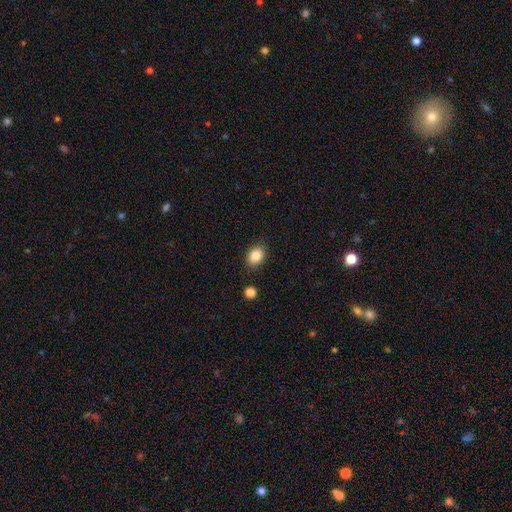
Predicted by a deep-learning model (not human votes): The model was most divided on "how rounded": in between: 67%, round: 32%, cigar-shaped: 1%. More confident: merging — none (85%); smooth or featured — smooth (85%).